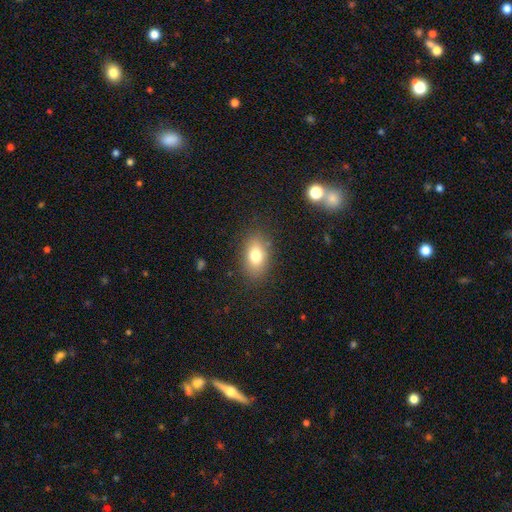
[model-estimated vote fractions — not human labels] Smooth or featured? Predicted: smooth (p=0.76). How rounded? Predicted: in between (p=0.83). Merging? Predicted: none (p=0.84).